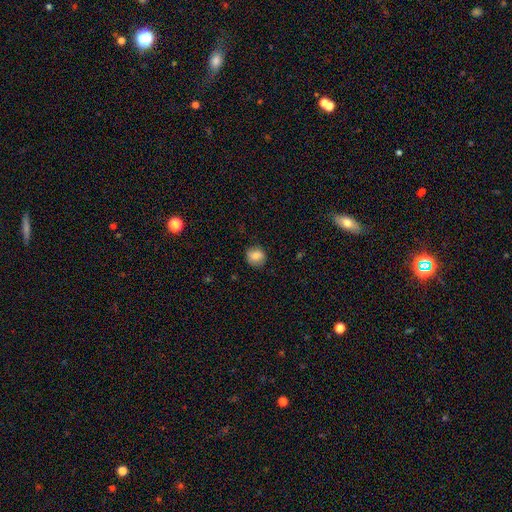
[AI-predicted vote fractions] Smooth or featured? smooth (81%)
How rounded? round (84%)
Merging? none (84%)